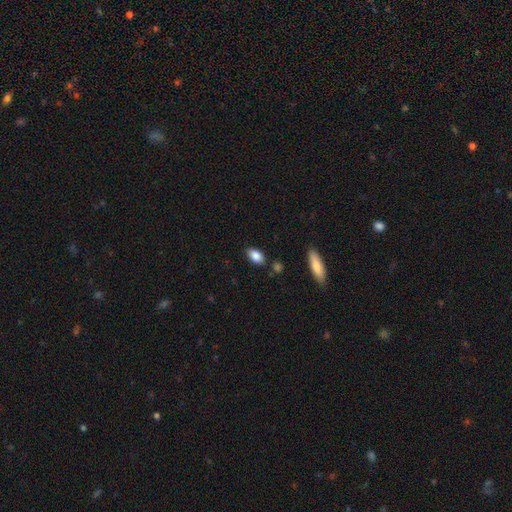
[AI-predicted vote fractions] Smooth or featured? smooth (85%)
How rounded? in between (90%)
Merging? none (82%)